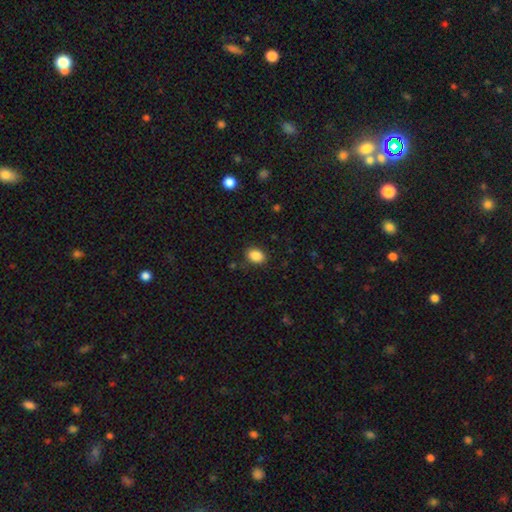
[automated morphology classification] Smooth or featured? Predicted: smooth (p=0.87). How rounded? Predicted: in between (p=0.73). Merging? Predicted: none (p=0.86).